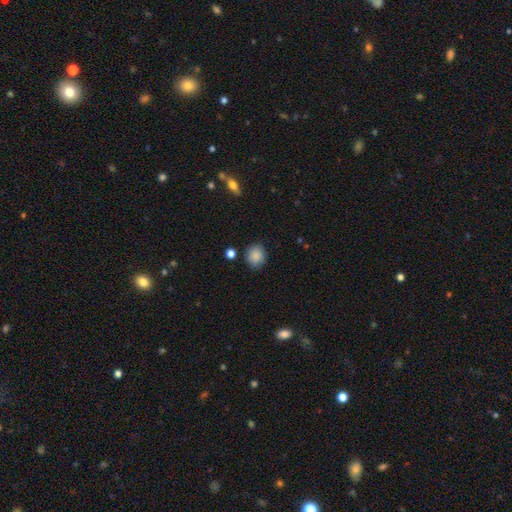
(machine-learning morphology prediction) Smooth or featured: smooth — 87% (star or artifact — 8%)
How rounded: round — 76% (in between — 23%)
Merging: none — 82% (minor disturbance — 13%)